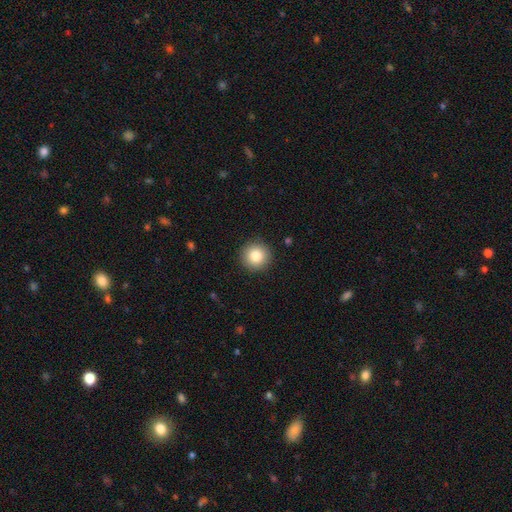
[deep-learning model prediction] A smooth galaxy with no disk features (84%) that is round (95%). Merging: none (91%).